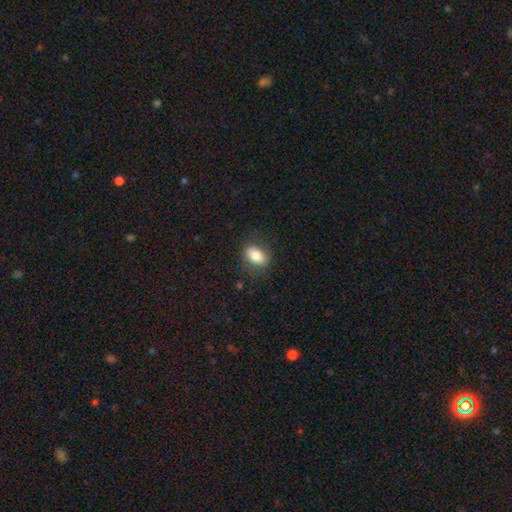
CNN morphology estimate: smooth-or-featured: smooth: 81% | featured or disk: 10% | star or artifact: 9%
  how-rounded: in between: 80% | round: 18% | cigar-shaped: 2%
  merging: none: 80% | minor disturbance: 15% | major disturbance: 5% | merger: 1%